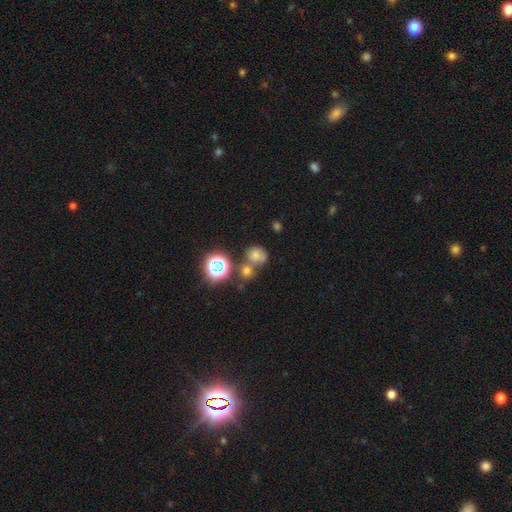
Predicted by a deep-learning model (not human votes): Smooth or featured? smooth (63%)
How rounded? round (73%)
Merging? none (46%)